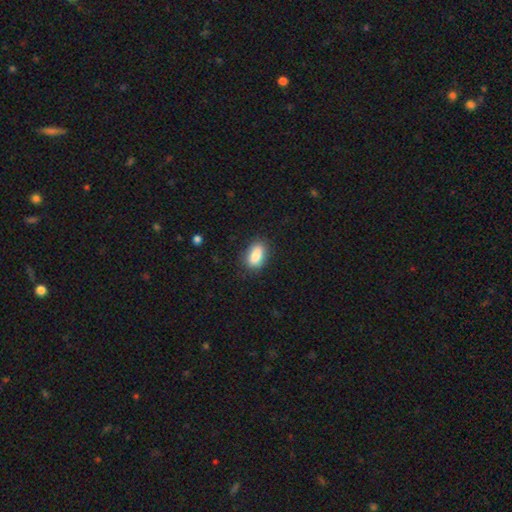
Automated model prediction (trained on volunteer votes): The model was most divided on "merging": none: 83%, minor disturbance: 13%, major disturbance: 3%, merger: 1%. More confident: how rounded — in between (88%); smooth or featured — smooth (86%).